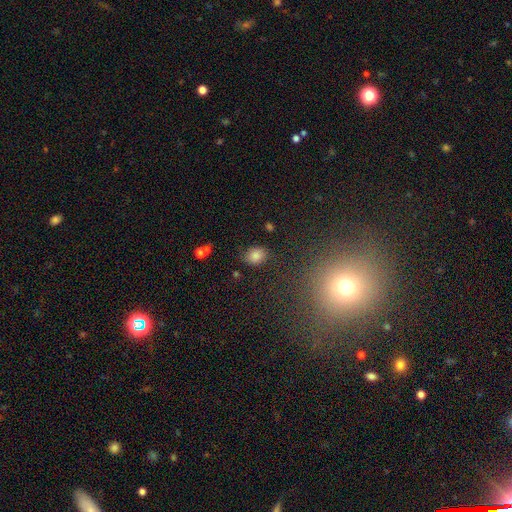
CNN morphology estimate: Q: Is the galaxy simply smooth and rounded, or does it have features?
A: smooth — 81%.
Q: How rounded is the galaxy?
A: in between — 55%.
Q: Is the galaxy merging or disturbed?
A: none — 77%.